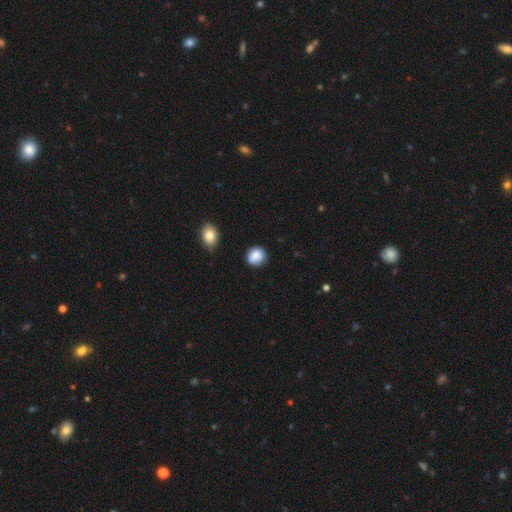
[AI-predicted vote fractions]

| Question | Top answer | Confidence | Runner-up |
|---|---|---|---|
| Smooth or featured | smooth | 84% | star or artifact (8%) |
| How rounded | round | 81% | in between (18%) |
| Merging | none | 71% | minor disturbance (21%) |